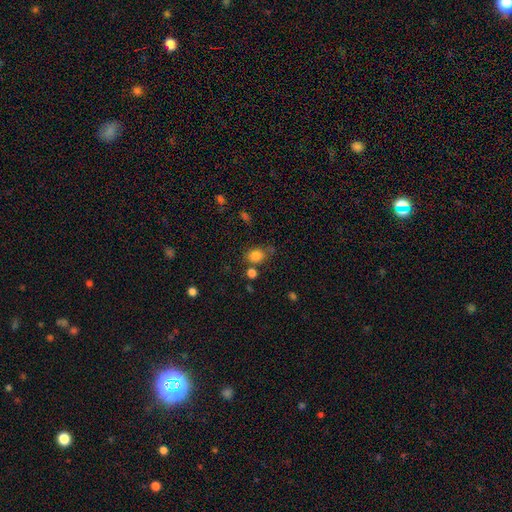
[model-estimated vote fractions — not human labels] A smooth galaxy with no disk features (83%) that is in between round and cigar-shaped (52%). Merging: none (64%).